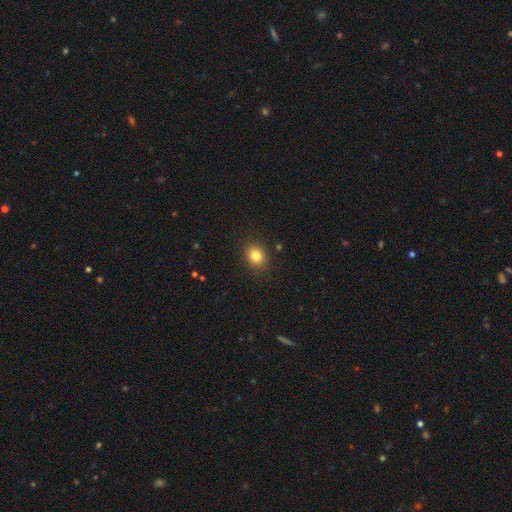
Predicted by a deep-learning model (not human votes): Q: Smooth or featured?
A: smooth (81%); runner-up: star or artifact (12%)
Q: How rounded?
A: round (61%); runner-up: in between (38%)
Q: Merging?
A: none (89%); runner-up: minor disturbance (8%)